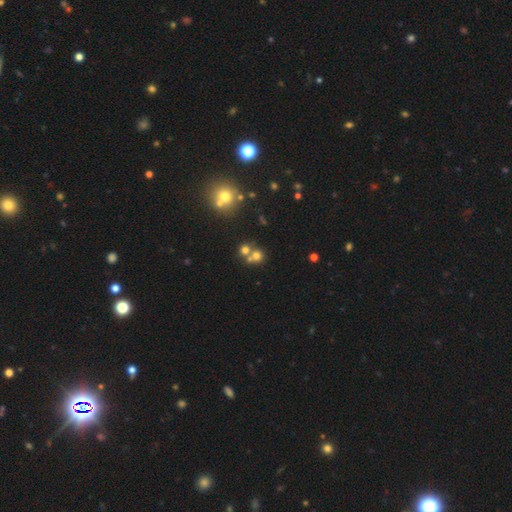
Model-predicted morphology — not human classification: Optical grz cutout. It shows a smooth galaxy with no disk features (65%) that is round (86%). Merging: none (49%).